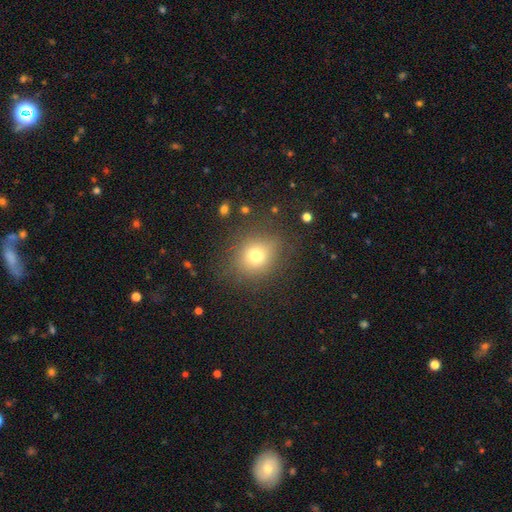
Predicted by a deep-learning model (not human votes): Morphology: type=smooth (73%); roundness=round (75%); merging=none (80%).